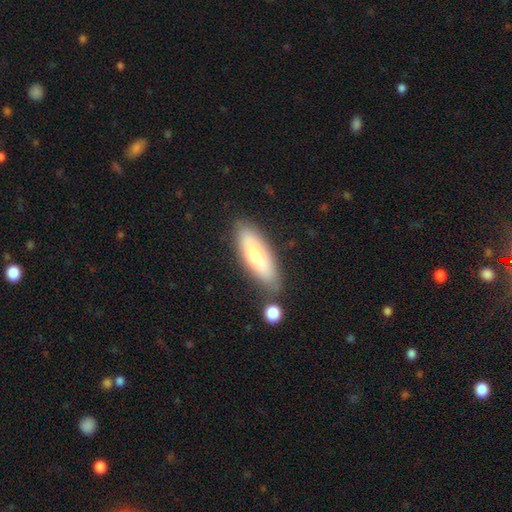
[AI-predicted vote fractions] Smooth or featured?
  - smooth: 67% *
  - featured or disk: 27%
  - star or artifact: 6%
How rounded?
  - in between: 51% *
  - cigar-shaped: 47%
  - round: 2%
Merging?
  - none: 75% *
  - minor disturbance: 14%
  - merger: 7%
  - major disturbance: 4%